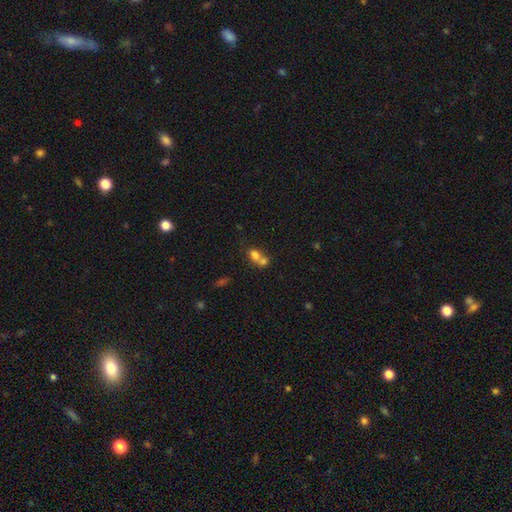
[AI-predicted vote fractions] A smooth galaxy with no disk features (71%) that is round (50%).

Vote fractions:
- Smooth or featured? smooth: 71% / featured or disk: 16% / star or artifact: 12%
- How rounded? round: 50% / in between: 48% / cigar-shaped: 2%
- Merging? merger: 66% / none: 24% / minor disturbance: 6% / major disturbance: 4%